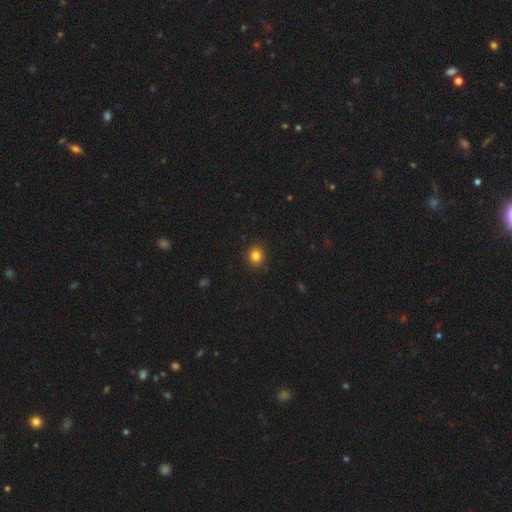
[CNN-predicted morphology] This appears to be a smooth galaxy with no disk features (84%) that is round (81%). Merging: none (91%).